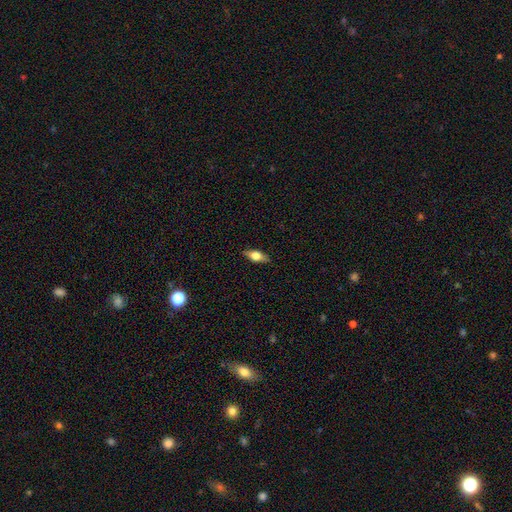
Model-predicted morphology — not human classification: Smooth or featured? smooth (51%)
How rounded? in between (71%)
Merging? none (86%)